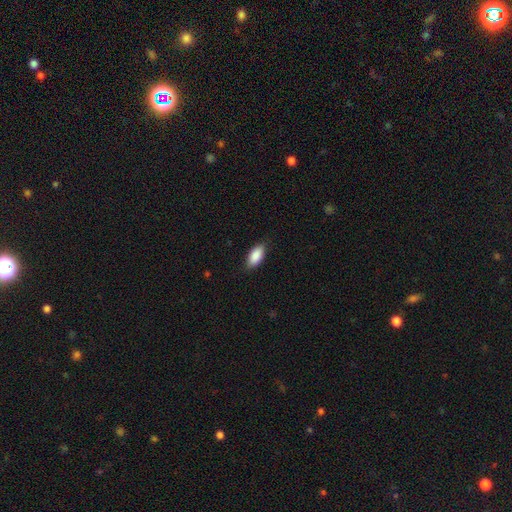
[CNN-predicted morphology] Overall: smooth (88%). How rounded: in between (90%). Merging: none (84%).